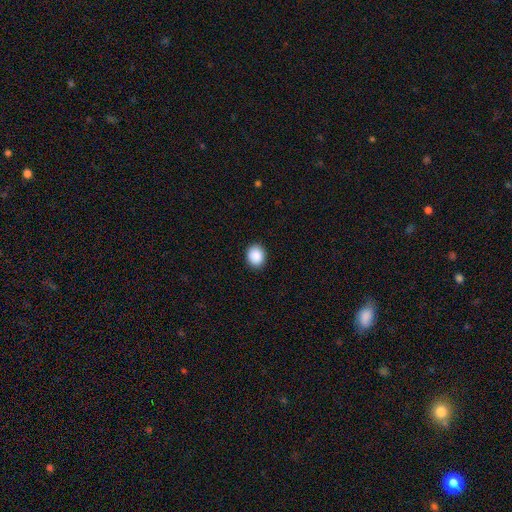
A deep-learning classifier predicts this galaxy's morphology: smooth 90%, star or artifact 8%, featured or disk 2%. Down the decision tree: how rounded — round (62%); merging — none (91%).